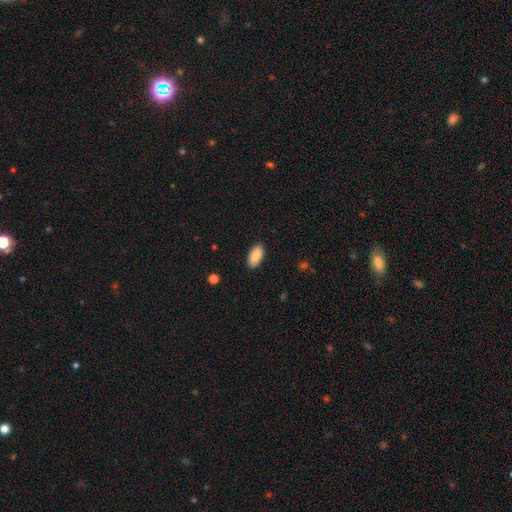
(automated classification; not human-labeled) Overall: smooth (90%). How rounded: in between (92%). Merging: none (89%).